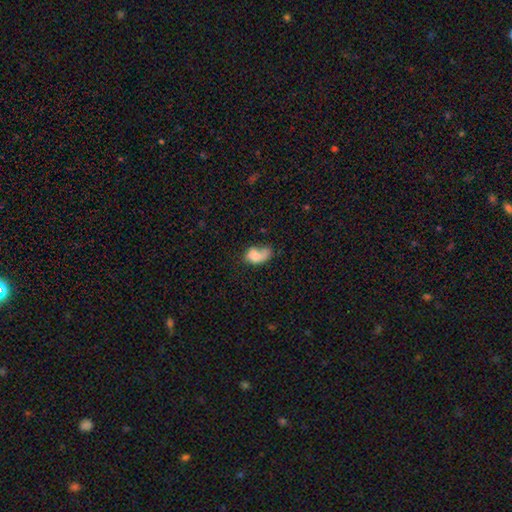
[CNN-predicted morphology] This is likely a smooth galaxy (68%). How rounded: clearly in between (85%). Merging: marginally major disturbance (29%).